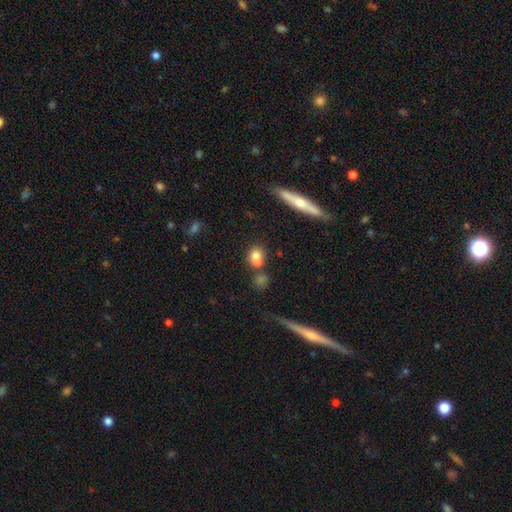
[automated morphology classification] The model was most divided on "merging": merger: 49%, none: 38%, minor disturbance: 9%, major disturbance: 4%. More confident: smooth or featured — smooth (71%); how rounded — round (66%).